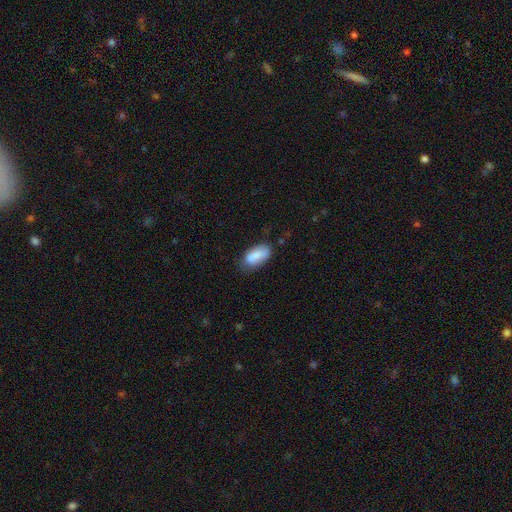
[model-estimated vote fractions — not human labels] Smooth or featured: smooth — 82% (featured or disk — 11%)
How rounded: in between — 91% (cigar-shaped — 7%)
Merging: none — 61% (minor disturbance — 27%)